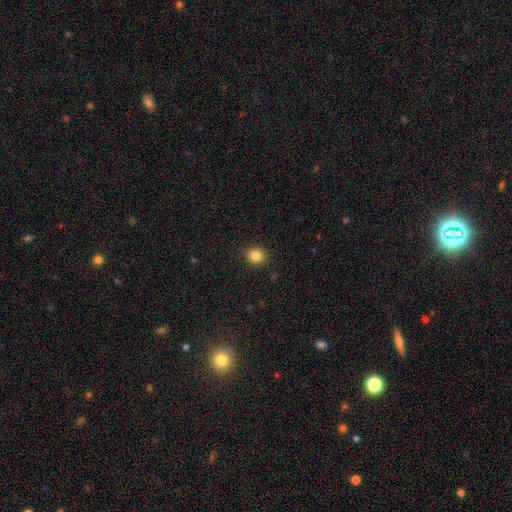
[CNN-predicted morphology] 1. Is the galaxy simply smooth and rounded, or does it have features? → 84% smooth, 12% star or artifact, 5% featured or disk.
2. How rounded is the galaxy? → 84% round, 16% in between, 1% cigar-shaped.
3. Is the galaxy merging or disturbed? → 91% none, 6% minor disturbance, 2% major disturbance, 1% merger.